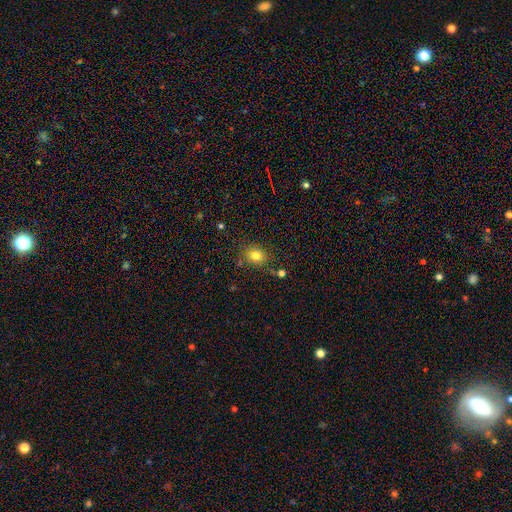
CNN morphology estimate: smooth 79%, star or artifact 13%, featured or disk 8%. Down the decision tree: how rounded — round (61%); merging — none (79%).